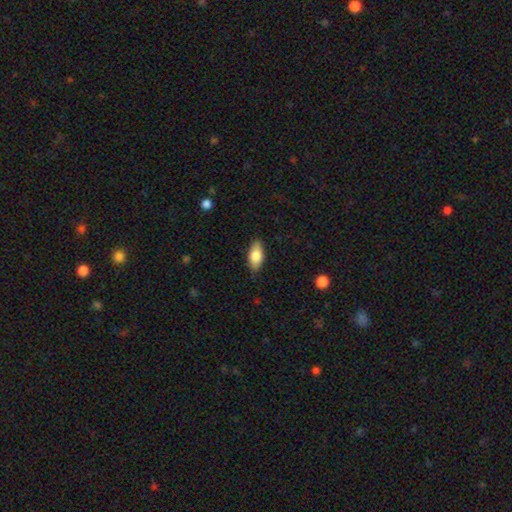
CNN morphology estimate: smooth-or-featured: smooth: 79% | featured or disk: 15% | star or artifact: 6%
  how-rounded: in between: 86% | cigar-shaped: 11% | round: 3%
  merging: none: 86% | minor disturbance: 10% | major disturbance: 2% | merger: 1%